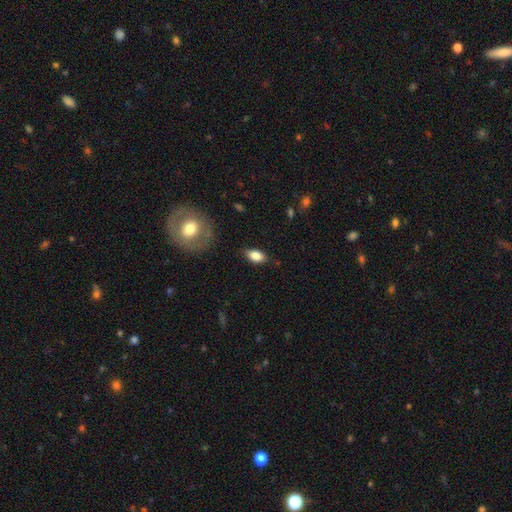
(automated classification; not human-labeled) A smooth galaxy with no disk features (82%) that is in between round and cigar-shaped (89%). Merging: none (83%).